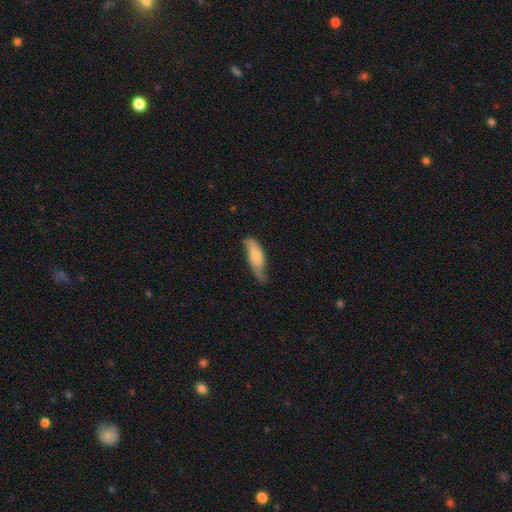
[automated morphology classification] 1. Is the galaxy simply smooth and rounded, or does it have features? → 68% smooth, 27% featured or disk, 5% star or artifact.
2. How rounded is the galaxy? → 58% in between, 40% cigar-shaped, 2% round.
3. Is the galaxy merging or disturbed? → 50% none, 38% minor disturbance, 10% major disturbance, 2% merger.